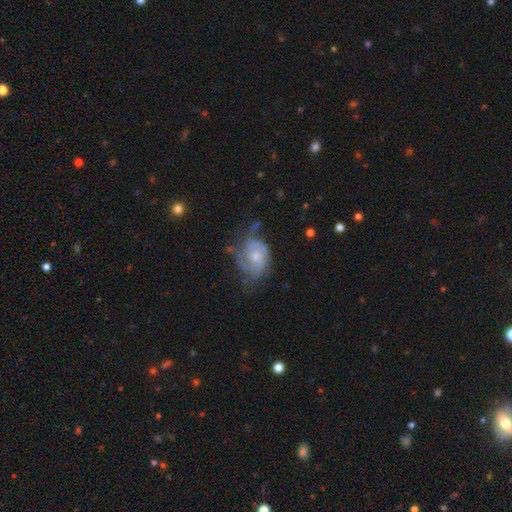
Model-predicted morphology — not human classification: A featured or disk galaxy (79%) with no bar (73%), 2 (49%) tight (48%) spiral arms (92%) and a moderate central bulge (49%).

Vote fractions:
- Smooth or featured? featured or disk: 79% / smooth: 15% / star or artifact: 6%
- Edge-on disk? no: 98% / yes: 2%
- Bar? no: 73% / weak: 24% / strong: 3%
- Spiral arms? yes: 92% / no: 8%
- Spiral winding? tight: 48% / medium: 39% / loose: 13%
- Spiral arm count? 2: 49% / can't tell: 20% / 3: 18% / 1: 6% / 4: 4% / more than 4: 3%
- Bulge size? moderate: 49% / small: 44% / large: 3% / none: 3% / dominant: 1%
- Merging? none: 50% / minor disturbance: 28% / major disturbance: 19% / merger: 3%